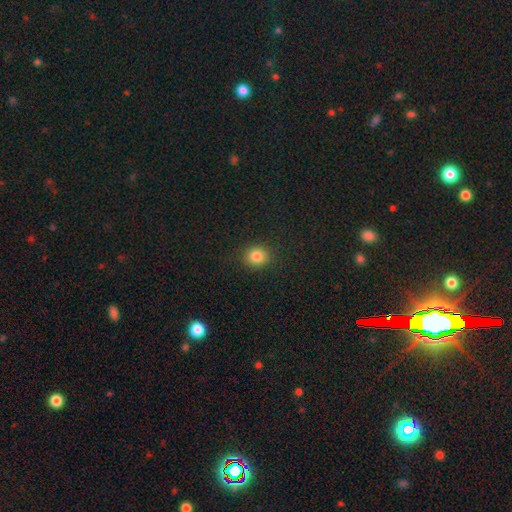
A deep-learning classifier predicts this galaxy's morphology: Smooth or featured? Predicted: smooth (p=0.83). How rounded? Predicted: round (p=0.79). Merging? Predicted: none (p=0.89).